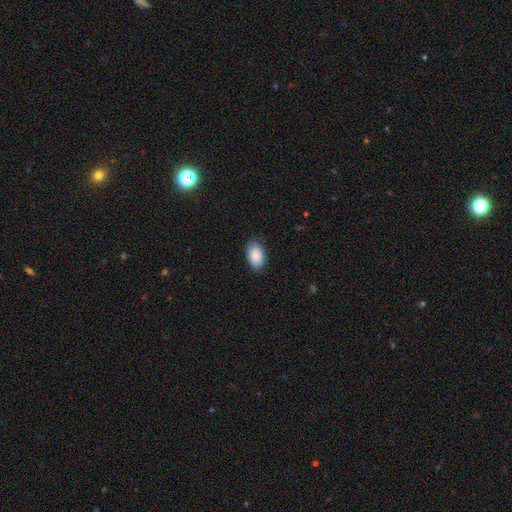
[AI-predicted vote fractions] This is clearly a smooth galaxy (88%). How rounded: clearly in between (91%). Merging: clearly none (82%).